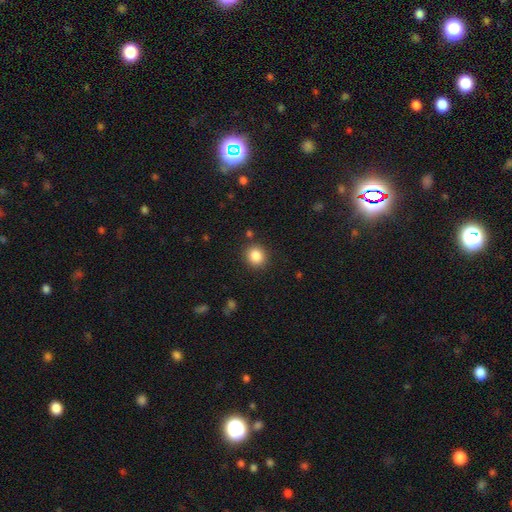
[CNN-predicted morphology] A smooth galaxy with no disk features (85%) that is round (78%).

Vote fractions:
- Smooth or featured? smooth: 85% / star or artifact: 10% / featured or disk: 5%
- How rounded? round: 78% / in between: 21% / cigar-shaped: 1%
- Merging? none: 88% / minor disturbance: 8% / major disturbance: 3% / merger: 2%